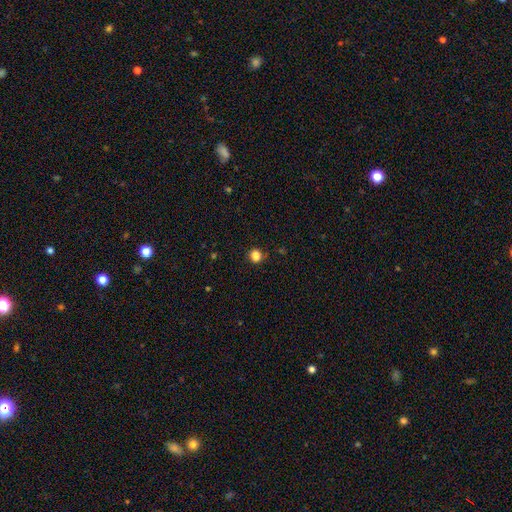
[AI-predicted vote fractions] A smooth galaxy with no disk features (84%) that is round (90%). Merging: none (86%).